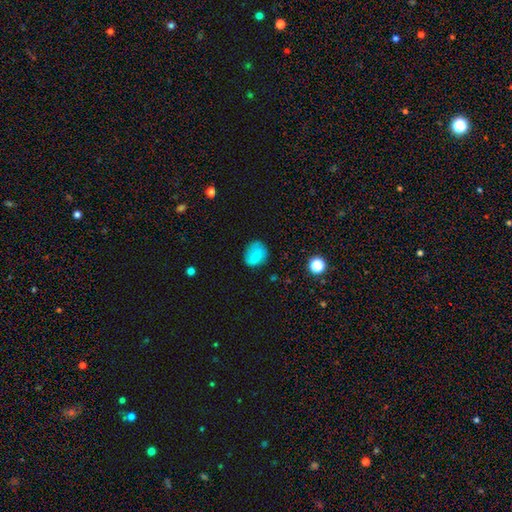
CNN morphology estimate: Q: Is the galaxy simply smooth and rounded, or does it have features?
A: smooth — 77%.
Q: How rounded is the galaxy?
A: in between — 54%.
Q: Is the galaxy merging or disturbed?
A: none — 73%.